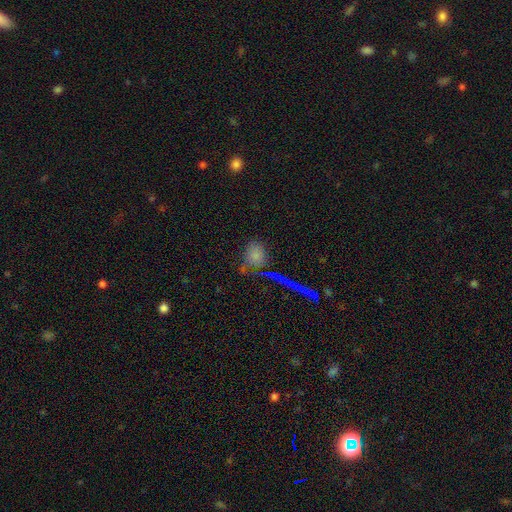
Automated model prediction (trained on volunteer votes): This is likely a smooth galaxy (62%). How rounded: possibly round (50%). Merging: marginally none (44%).